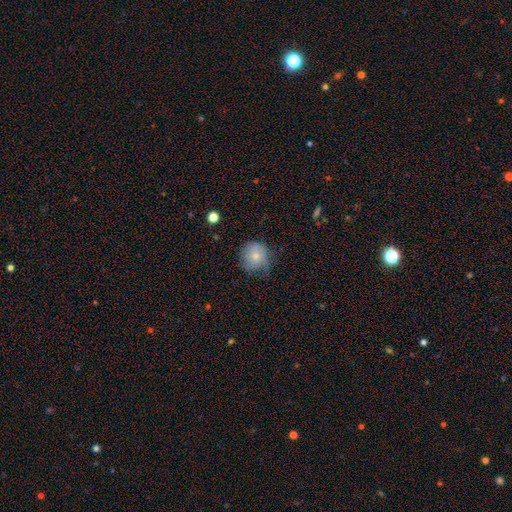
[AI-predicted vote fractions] A smooth galaxy with no disk features (77%) that is round (88%).

Vote fractions:
- Smooth or featured? smooth: 77% / featured or disk: 14% / star or artifact: 9%
- How rounded? round: 88% / in between: 12% / cigar-shaped: 1%
- Merging? none: 62% / minor disturbance: 28% / major disturbance: 8% / merger: 2%